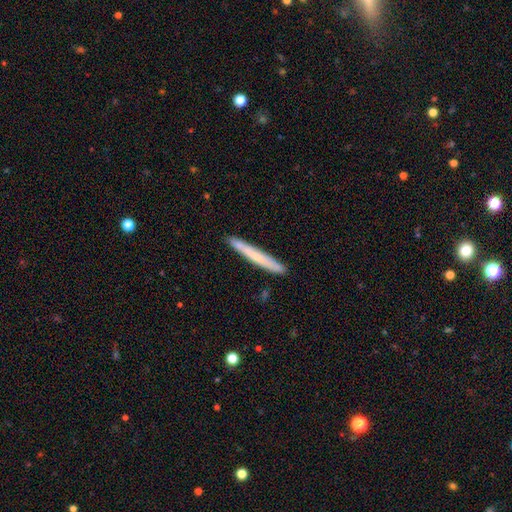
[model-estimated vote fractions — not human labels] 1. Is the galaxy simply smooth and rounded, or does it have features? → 63% smooth, 32% featured or disk, 6% star or artifact.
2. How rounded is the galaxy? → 97% cigar-shaped, 2% in between, 1% round.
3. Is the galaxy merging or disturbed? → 89% none, 8% minor disturbance, 1% merger, 1% major disturbance.